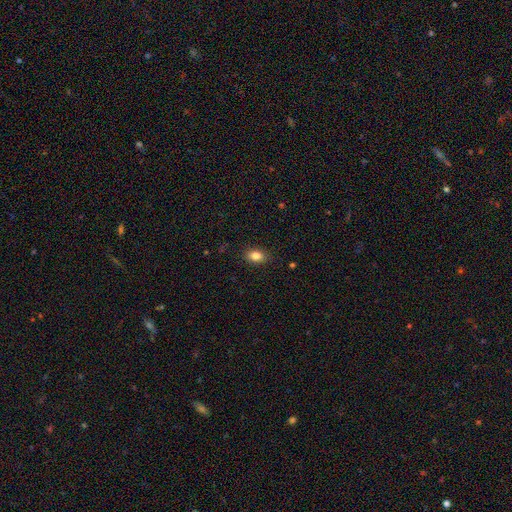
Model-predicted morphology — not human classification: Smooth or featured? smooth (84%)
How rounded? in between (83%)
Merging? none (88%)